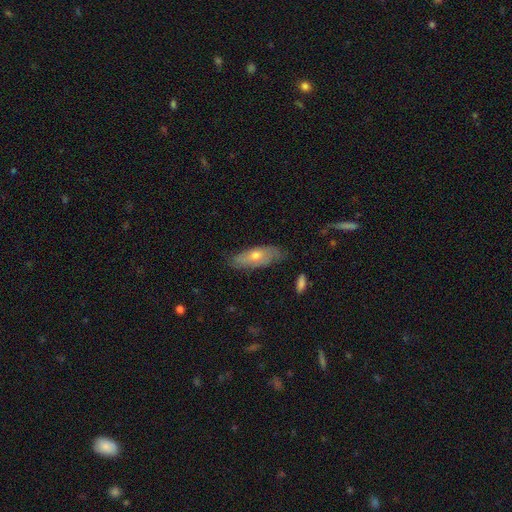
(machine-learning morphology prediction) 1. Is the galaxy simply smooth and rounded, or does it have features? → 51% smooth, 42% featured or disk, 7% star or artifact.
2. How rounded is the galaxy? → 63% in between, 35% cigar-shaped, 3% round.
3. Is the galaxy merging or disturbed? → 75% none, 20% minor disturbance, 3% major disturbance, 2% merger.